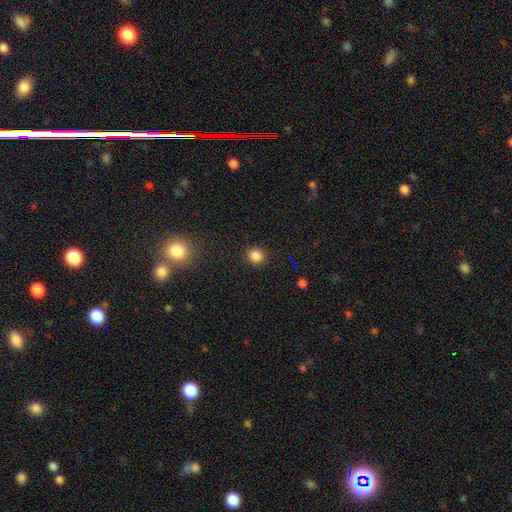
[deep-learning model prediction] This appears to be a smooth galaxy with no disk features (84%) that is round (89%). Merging: none (90%).